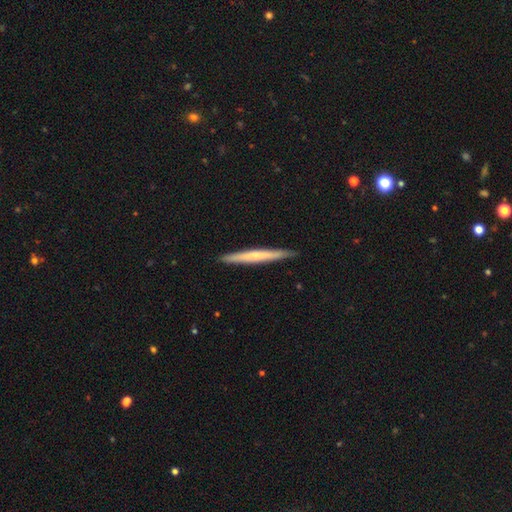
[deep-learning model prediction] Smooth or featured? Predicted: smooth (p=0.48). Merging? Predicted: none (p=0.91).